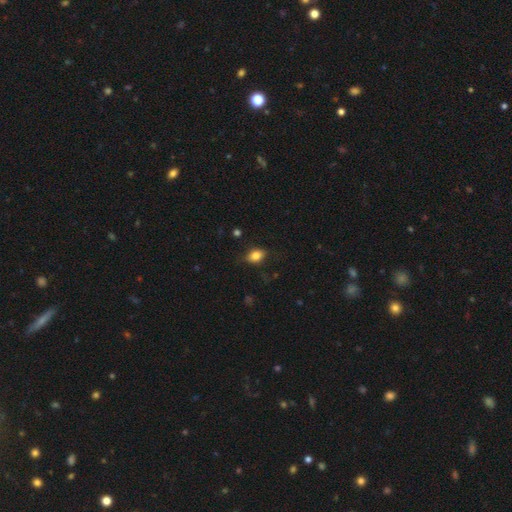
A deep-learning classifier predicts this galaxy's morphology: smooth_or_featured: smooth (p=0.82) [alt: star or artifact p=0.09]
how_rounded: in between (p=0.75) [alt: round p=0.23]
merging: none (p=0.78) [alt: minor disturbance p=0.17]